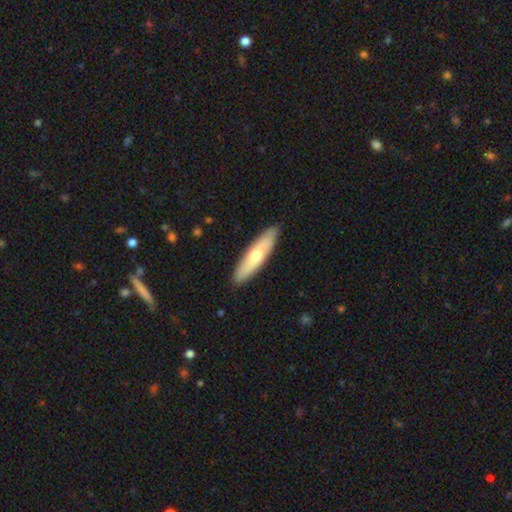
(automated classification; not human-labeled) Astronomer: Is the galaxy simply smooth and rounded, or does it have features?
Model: smooth — 60% (runner-up: featured or disk, 36%).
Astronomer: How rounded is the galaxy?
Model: cigar-shaped — 72%.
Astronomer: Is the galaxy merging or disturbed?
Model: none — 89%.